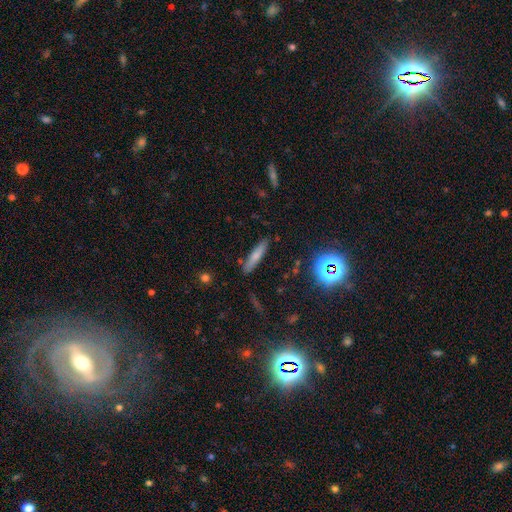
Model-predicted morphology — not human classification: smooth_or_featured: smooth (p=0.67) [alt: featured or disk p=0.22]
how_rounded: cigar-shaped (p=0.85) [alt: in between p=0.13]
merging: none (p=0.85) [alt: minor disturbance p=0.10]